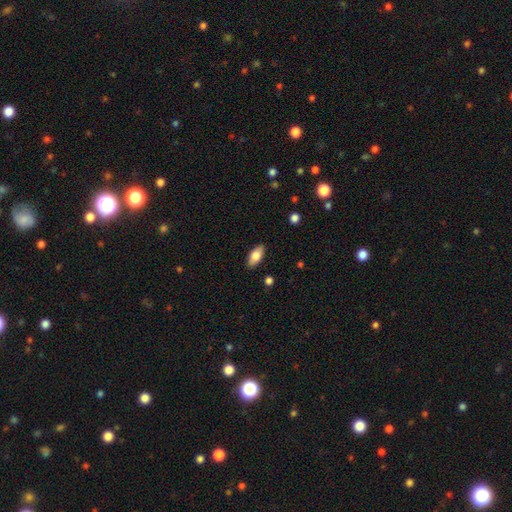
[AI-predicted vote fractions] Q: Smooth or featured?
A: smooth (77%); runner-up: featured or disk (17%)
Q: How rounded?
A: in between (88%); runner-up: cigar-shaped (9%)
Q: Merging?
A: none (88%); runner-up: minor disturbance (9%)